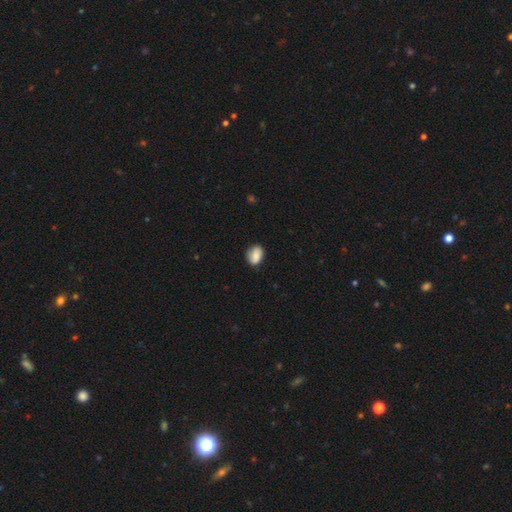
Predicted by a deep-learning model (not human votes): A smooth galaxy with no disk features (84%) that is in between round and cigar-shaped (73%). Merging: none (78%).